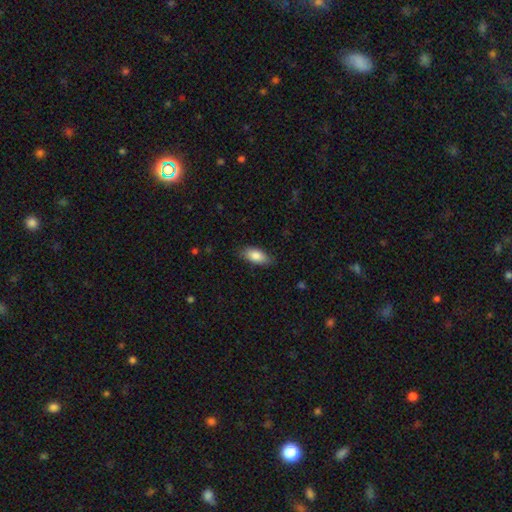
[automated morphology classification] Overall: smooth (84%). How rounded: in between (87%). Merging: none (82%).